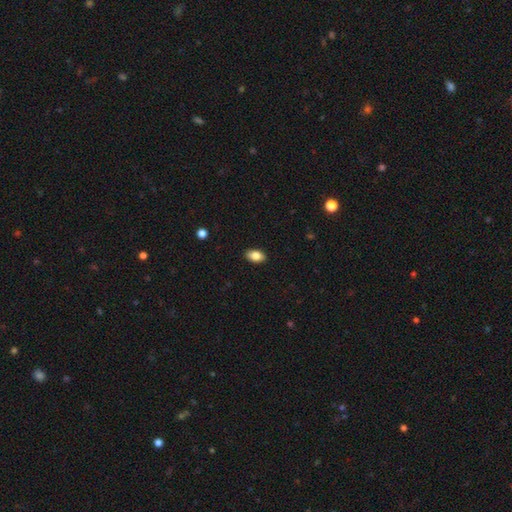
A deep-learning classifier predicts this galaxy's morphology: smooth-or-featured: smooth: 84% | featured or disk: 8% | star or artifact: 8%
  how-rounded: in between: 91% | round: 7% | cigar-shaped: 2%
  merging: none: 90% | minor disturbance: 8% | major disturbance: 2% | merger: 1%